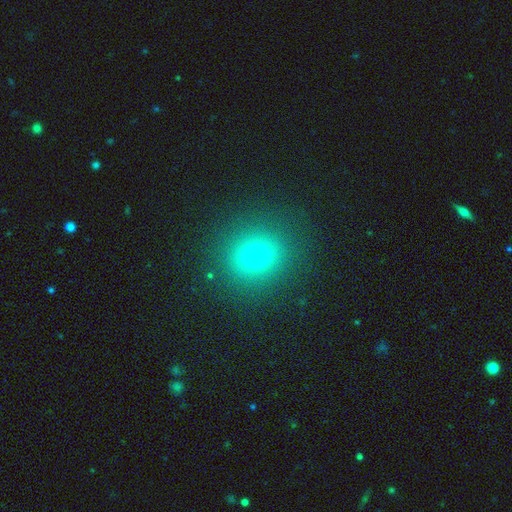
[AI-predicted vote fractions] A smooth galaxy with no disk features (71%) that is round (83%).

Vote fractions:
- Smooth or featured? smooth: 71% / star or artifact: 20% / featured or disk: 9%
- How rounded? round: 83% / in between: 16% / cigar-shaped: 1%
- Merging? none: 88% / minor disturbance: 7% / major disturbance: 3% / merger: 2%